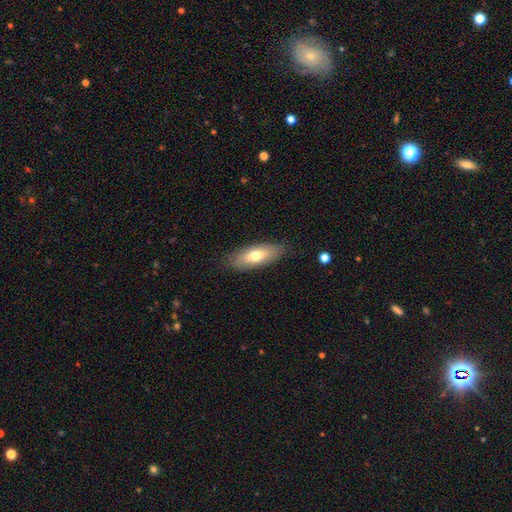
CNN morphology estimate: smooth 66%, featured or disk 28%, star or artifact 6%. Down the decision tree: how rounded — in between (72%); merging — none (84%).